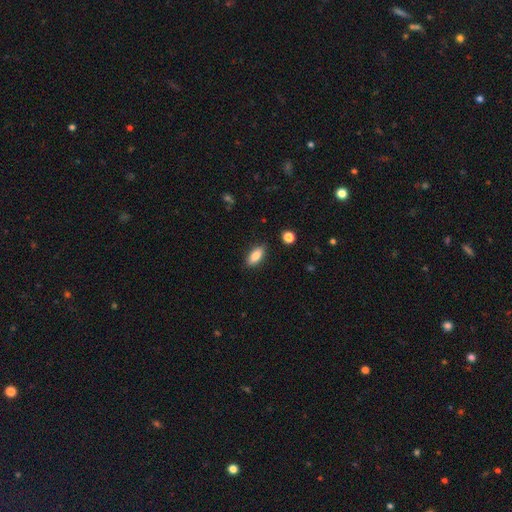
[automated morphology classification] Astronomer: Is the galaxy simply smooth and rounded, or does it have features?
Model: smooth — 83%.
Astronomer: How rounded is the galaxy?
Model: in between — 83%.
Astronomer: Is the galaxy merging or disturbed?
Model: none — 86%.